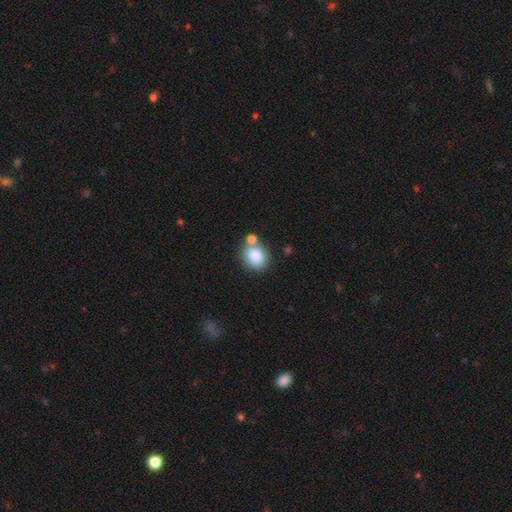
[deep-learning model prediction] This appears to be a smooth galaxy with no disk features (84%) that is round (65%). Merging: none (62%).